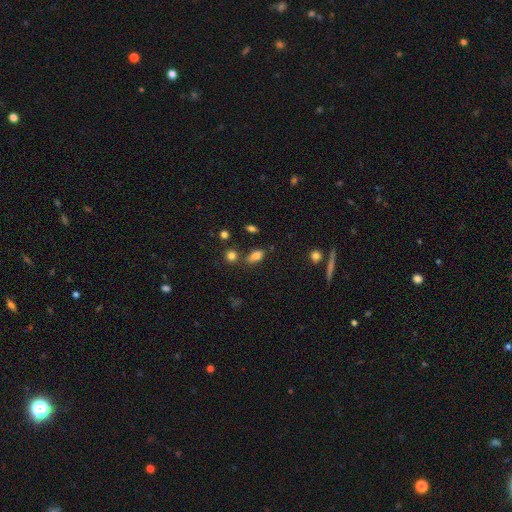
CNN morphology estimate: Smooth or featured: smooth — 80% (star or artifact — 12%)
How rounded: in between — 83% (cigar-shaped — 9%)
Merging: none — 66% (minor disturbance — 18%)